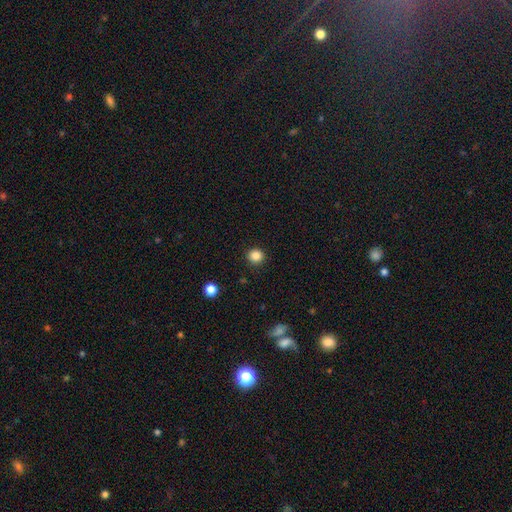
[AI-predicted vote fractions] Smooth or featured? smooth (86%)
How rounded? round (92%)
Merging? none (92%)